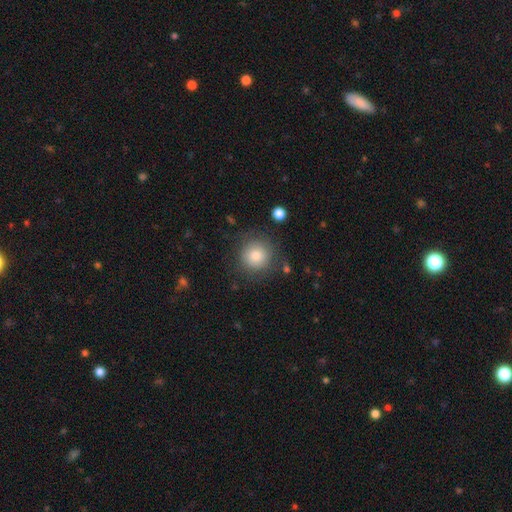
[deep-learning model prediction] Smooth or featured? Predicted: smooth (p=0.79). How rounded? Predicted: round (p=0.93). Merging? Predicted: none (p=0.81).